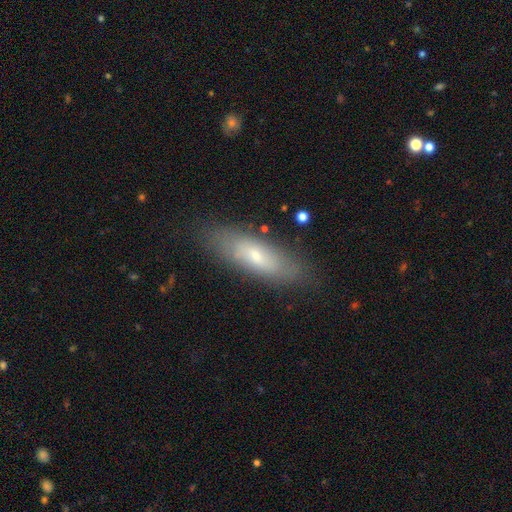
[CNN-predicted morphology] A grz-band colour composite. It shows a smooth galaxy with no disk features (58%) that is in between round and cigar-shaped (53%). Merging: none (80%).